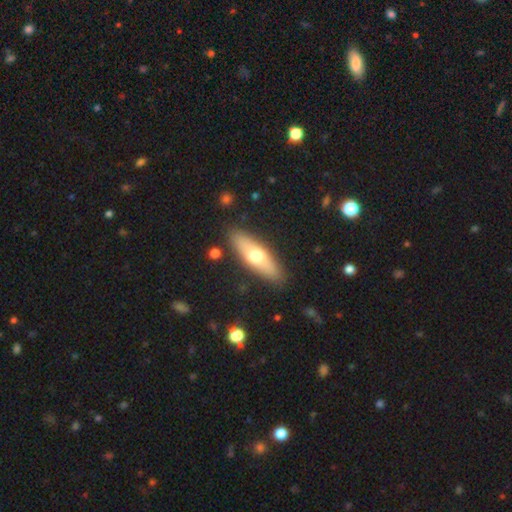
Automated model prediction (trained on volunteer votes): smooth 57%, featured or disk 37%, star or artifact 6%. Down the decision tree: how rounded — cigar-shaped (53%); merging — none (87%).